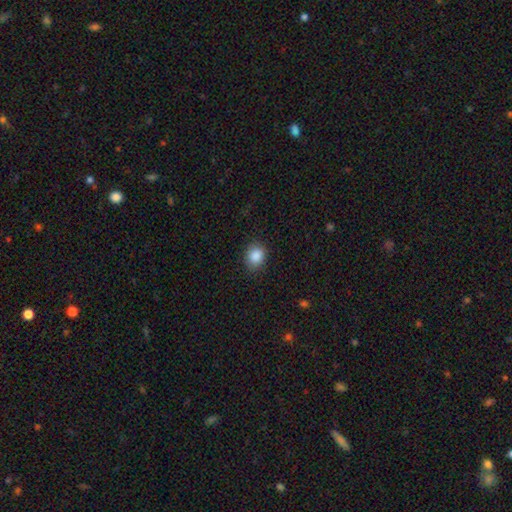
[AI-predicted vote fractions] A smooth galaxy with no disk features (88%) that is round (56%).

Vote fractions:
- Smooth or featured? smooth: 88% / star or artifact: 9% / featured or disk: 3%
- How rounded? round: 56% / in between: 43% / cigar-shaped: 1%
- Merging? none: 85% / minor disturbance: 12% / major disturbance: 3% / merger: 1%